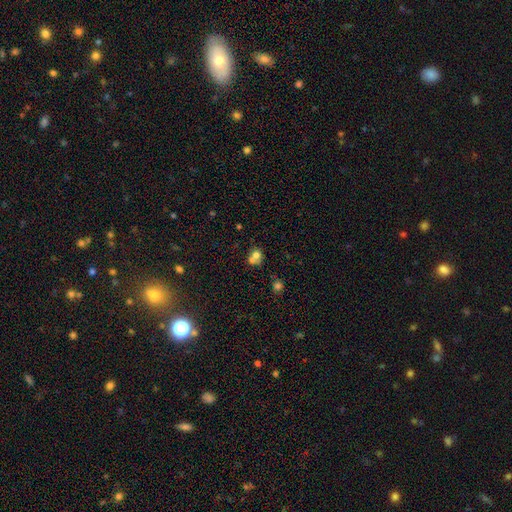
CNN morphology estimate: This appears to be a smooth galaxy with no disk features (68%) that is round (76%). Merging: merger (53%).